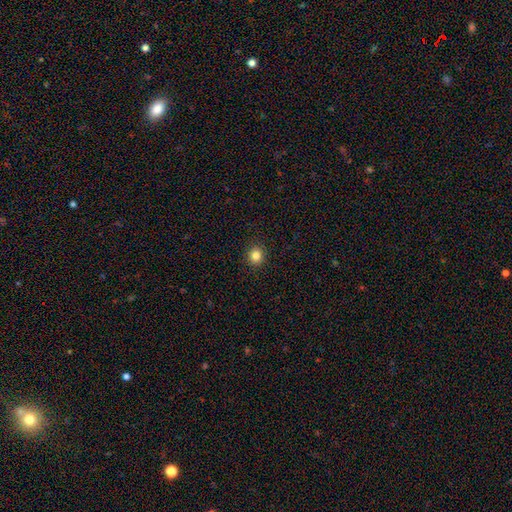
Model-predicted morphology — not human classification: Smooth or featured: smooth — 83% (star or artifact — 12%)
How rounded: round — 87% (in between — 12%)
Merging: none — 92% (minor disturbance — 5%)